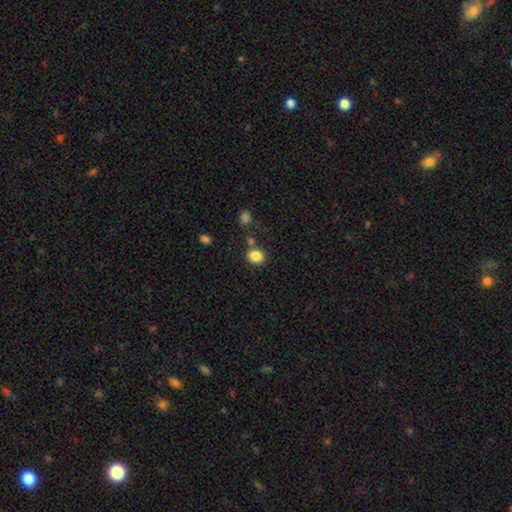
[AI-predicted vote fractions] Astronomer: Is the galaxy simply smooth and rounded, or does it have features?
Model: smooth — 85%.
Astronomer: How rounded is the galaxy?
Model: round — 65%.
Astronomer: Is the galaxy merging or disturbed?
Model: none — 74%.